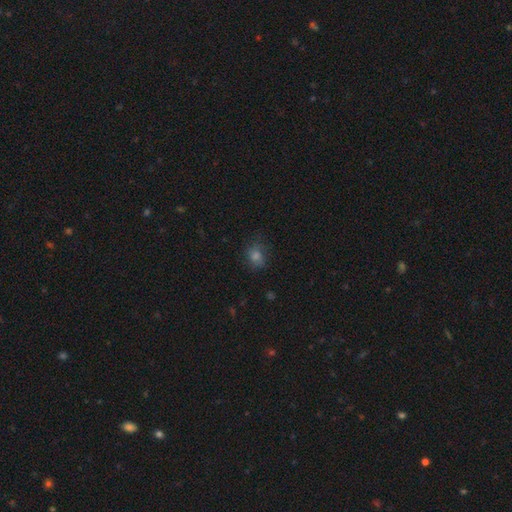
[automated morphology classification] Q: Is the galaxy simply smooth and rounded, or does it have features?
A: smooth — 67%.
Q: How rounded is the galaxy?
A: round — 60%.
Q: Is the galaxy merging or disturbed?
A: none — 70%.